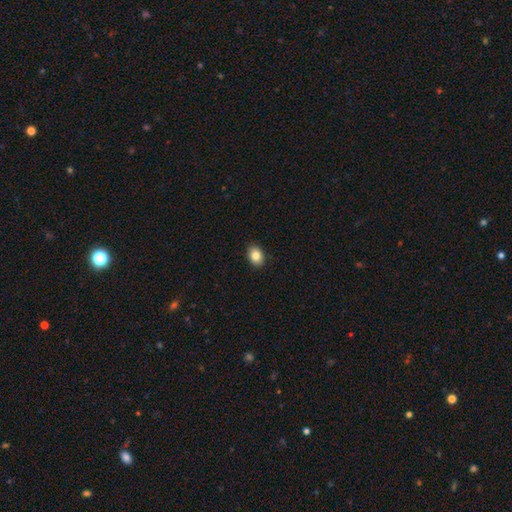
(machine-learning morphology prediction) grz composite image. It shows a smooth galaxy with no disk features (85%) that is in between round and cigar-shaped (70%). Merging: none (90%).